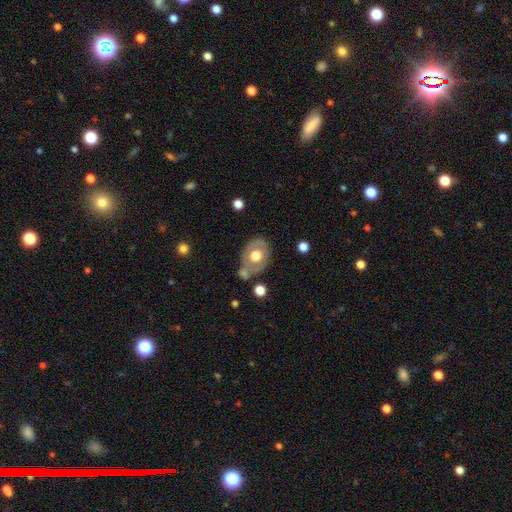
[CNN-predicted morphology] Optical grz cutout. It shows a featured or disk galaxy (50%). Merging: none (57%).